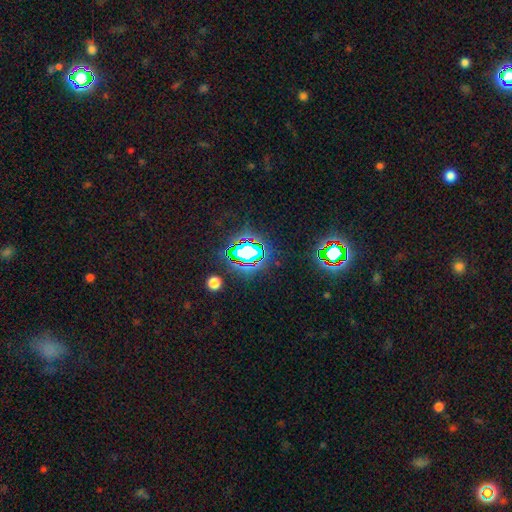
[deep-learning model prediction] This appears to be a star or artifact, not a galaxy (76%).